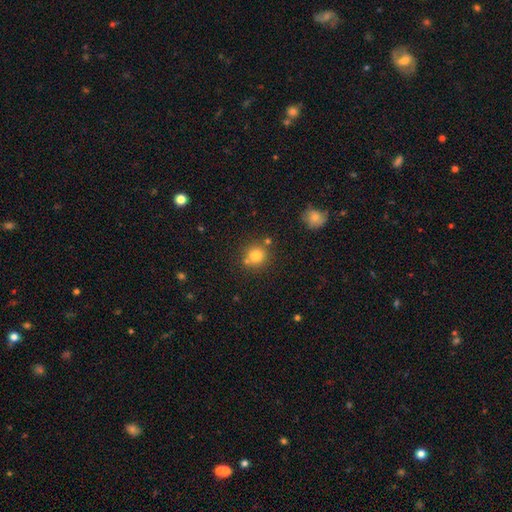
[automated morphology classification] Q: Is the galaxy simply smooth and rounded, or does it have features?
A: smooth — 80%.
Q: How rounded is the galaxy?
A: round — 88%.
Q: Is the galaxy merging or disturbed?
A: none — 72%.